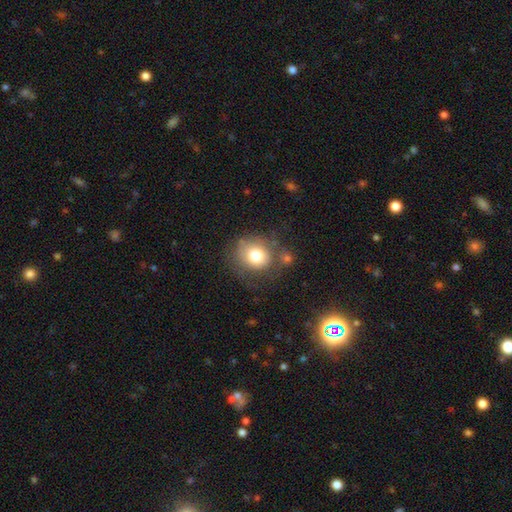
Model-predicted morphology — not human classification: smooth 76%, featured or disk 14%, star or artifact 10%. Down the decision tree: how rounded — round (80%); merging — none (66%).